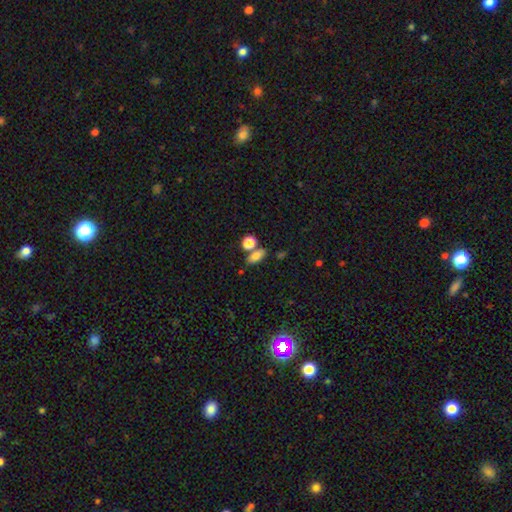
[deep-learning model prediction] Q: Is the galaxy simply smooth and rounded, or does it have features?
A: smooth — 78%.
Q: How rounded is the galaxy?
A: in between — 76%.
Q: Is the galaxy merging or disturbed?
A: none — 64%.